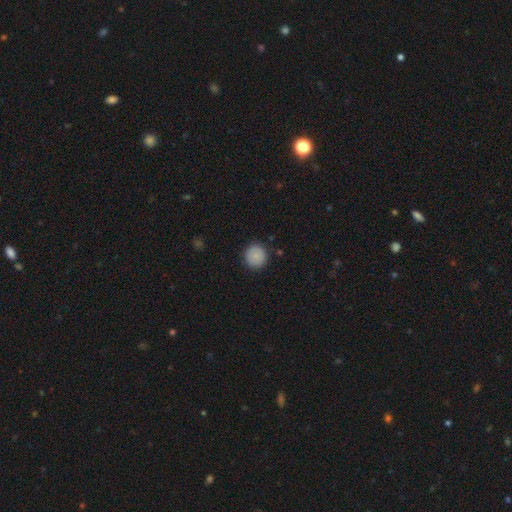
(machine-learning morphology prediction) Smooth or featured? Predicted: smooth (p=0.88). How rounded? Predicted: round (p=0.94). Merging? Predicted: none (p=0.90).